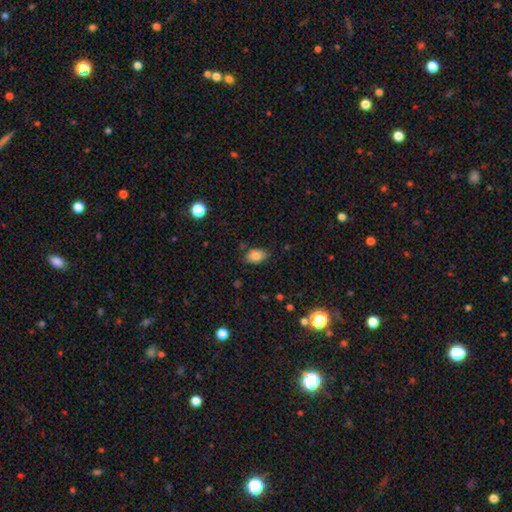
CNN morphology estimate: A smooth galaxy with no disk features (82%) that is in between round and cigar-shaped (85%).

Vote fractions:
- Smooth or featured? smooth: 82% / star or artifact: 10% / featured or disk: 8%
- How rounded? in between: 85% / round: 13% / cigar-shaped: 1%
- Merging? none: 76% / minor disturbance: 18% / major disturbance: 3% / merger: 3%